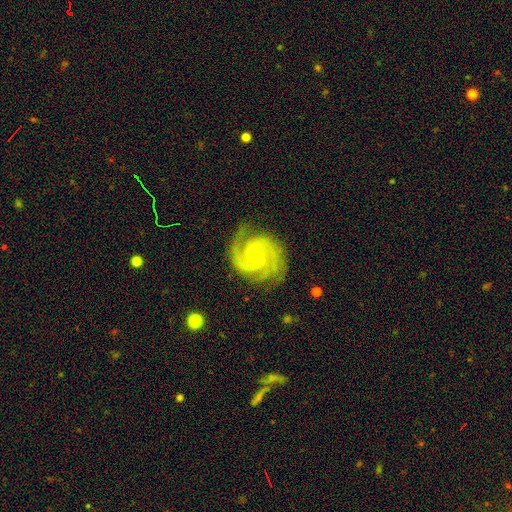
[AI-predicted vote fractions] Q: Smooth or featured?
A: featured or disk (92%); runner-up: star or artifact (4%)
Q: Edge-on disk?
A: no (98%); runner-up: yes (2%)
Q: Bar?
A: no (62%); runner-up: weak (30%)
Q: Spiral arms?
A: yes (99%); runner-up: no (1%)
Q: Spiral winding?
A: tight (52%); runner-up: medium (43%)
Q: Spiral arm count?
A: 2 (53%); runner-up: 3 (29%)
Q: Bulge size?
A: small (81%); runner-up: moderate (15%)
Q: Merging?
A: none (79%); runner-up: minor disturbance (15%)